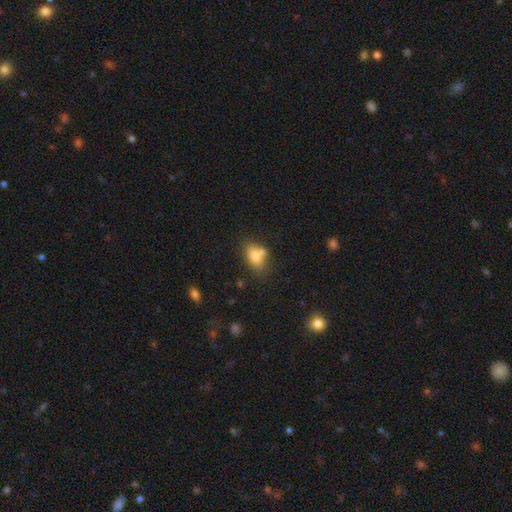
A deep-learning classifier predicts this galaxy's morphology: type=smooth (74%); roundness=in between (80%); merging=none (46%).